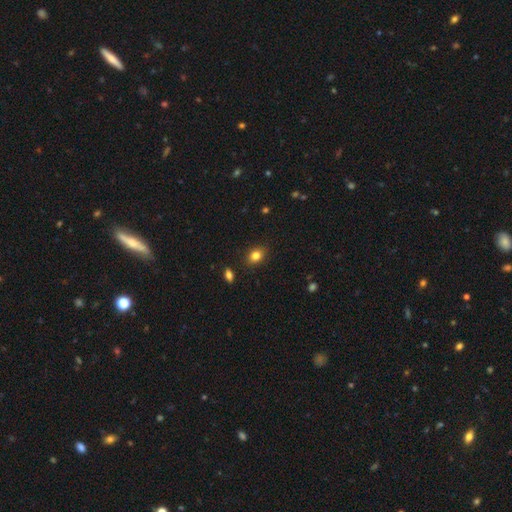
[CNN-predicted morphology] Smooth or featured: smooth — 82% (star or artifact — 11%)
How rounded: in between — 58% (round — 41%)
Merging: none — 87% (minor disturbance — 10%)